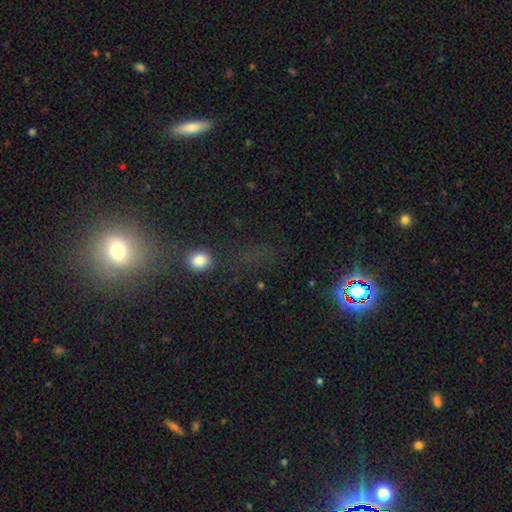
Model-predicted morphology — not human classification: star or artifact 52%, smooth 34%, featured or disk 14%.